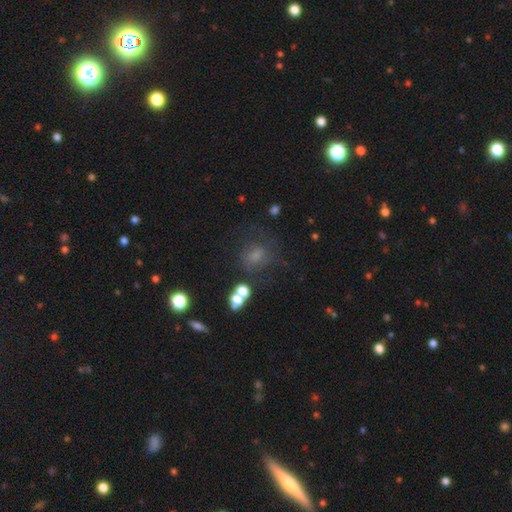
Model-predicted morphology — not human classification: type=smooth (55%); roundness=round (65%); merging=none (55%).